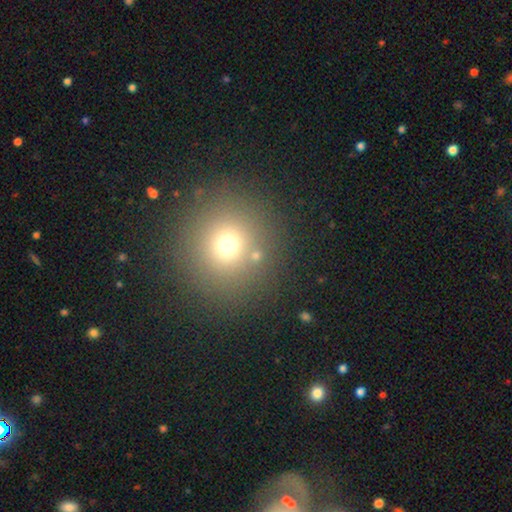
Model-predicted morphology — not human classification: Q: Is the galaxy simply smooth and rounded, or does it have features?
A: smooth — 68%.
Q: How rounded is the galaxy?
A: round — 88%.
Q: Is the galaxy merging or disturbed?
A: none — 80%.